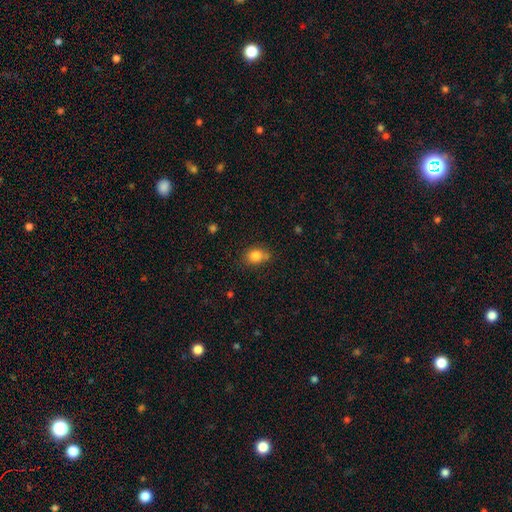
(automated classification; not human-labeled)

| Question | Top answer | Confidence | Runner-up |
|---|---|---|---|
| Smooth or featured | smooth | 83% | star or artifact (10%) |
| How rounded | round | 50% | in between (48%) |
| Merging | none | 64% | minor disturbance (22%) |